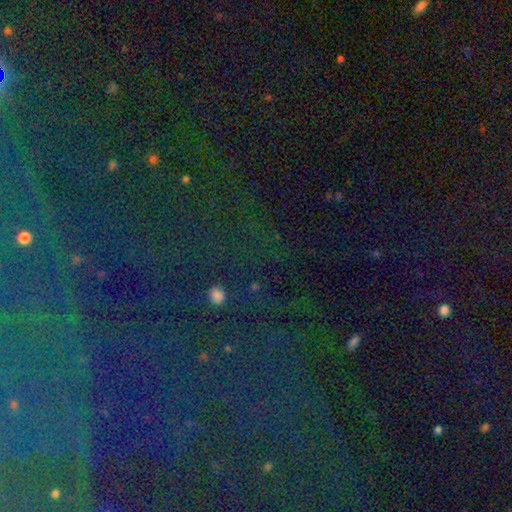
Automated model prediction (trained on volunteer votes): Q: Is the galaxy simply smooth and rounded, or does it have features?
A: star or artifact — 79%.